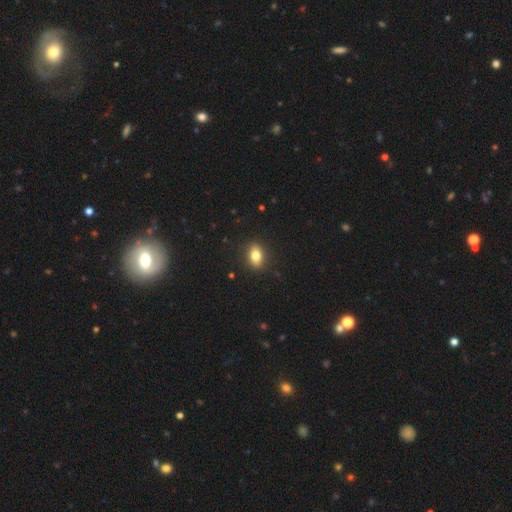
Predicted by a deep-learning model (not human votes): A smooth galaxy with no disk features (79%) that is in between round and cigar-shaped (77%). Merging: none (89%).